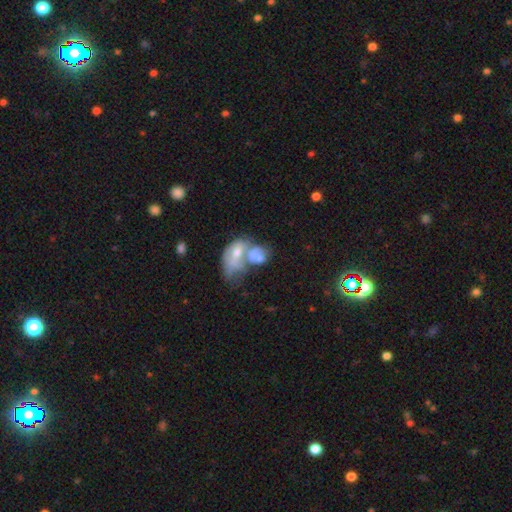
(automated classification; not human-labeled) A smooth galaxy with no disk features (46%).

Vote fractions:
- Smooth or featured? smooth: 46% / featured or disk: 45% / star or artifact: 10%
- Merging? merger: 68% / major disturbance: 13% / none: 11% / minor disturbance: 8%